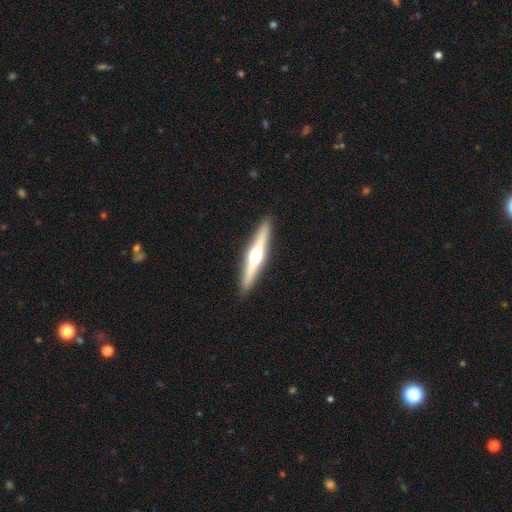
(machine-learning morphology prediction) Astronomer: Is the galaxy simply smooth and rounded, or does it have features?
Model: featured or disk — 67%.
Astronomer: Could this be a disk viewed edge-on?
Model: yes — 97%.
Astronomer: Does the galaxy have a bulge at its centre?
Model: rounded — 94%.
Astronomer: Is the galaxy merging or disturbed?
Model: none — 91%.